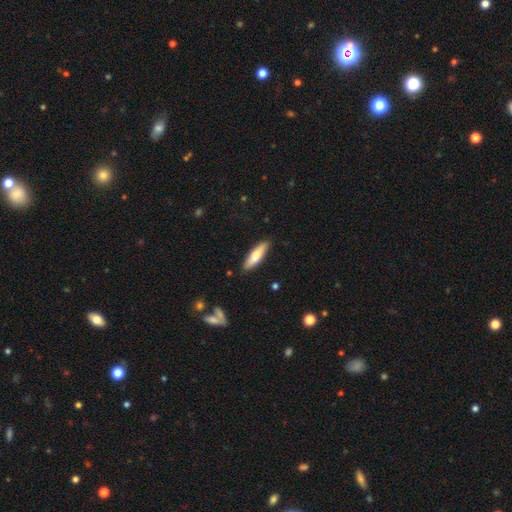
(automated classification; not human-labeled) Q: Smooth or featured?
A: smooth (69%); runner-up: featured or disk (26%)
Q: How rounded?
A: cigar-shaped (62%); runner-up: in between (36%)
Q: Merging?
A: none (87%); runner-up: minor disturbance (10%)